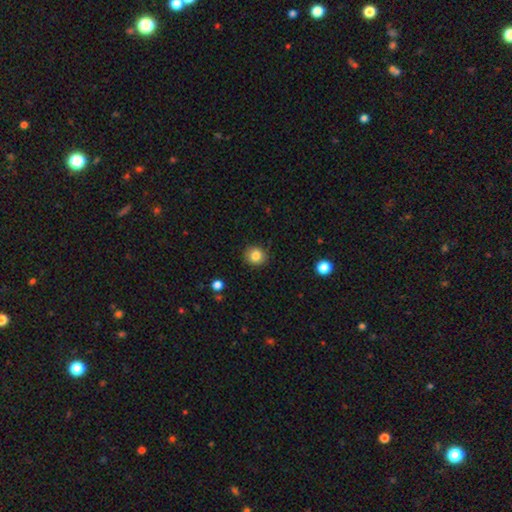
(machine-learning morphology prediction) This is clearly a smooth galaxy (84%). How rounded: clearly round (86%). Merging: clearly none (89%).